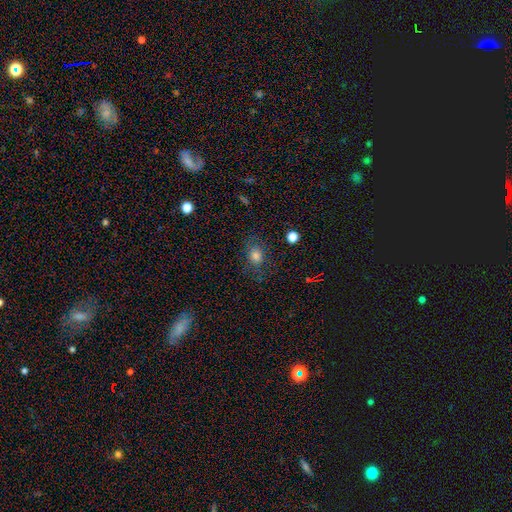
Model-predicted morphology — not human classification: Overall: smooth (74%). How rounded: round (50%; in between 48%). Merging: none (75%).